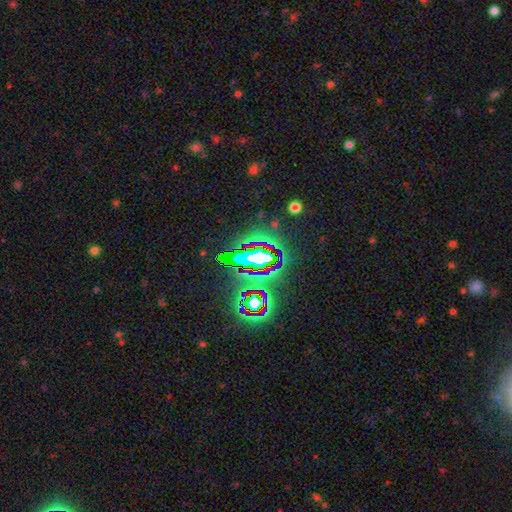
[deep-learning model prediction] Smooth or featured?
  - star or artifact: 72% *
  - featured or disk: 15%
  - smooth: 13%